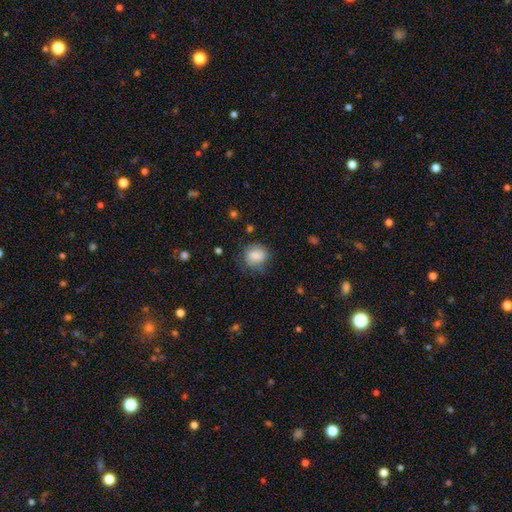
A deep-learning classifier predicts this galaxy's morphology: This is clearly a smooth galaxy (85%). How rounded: possibly round (59%). Merging: likely none (67%).